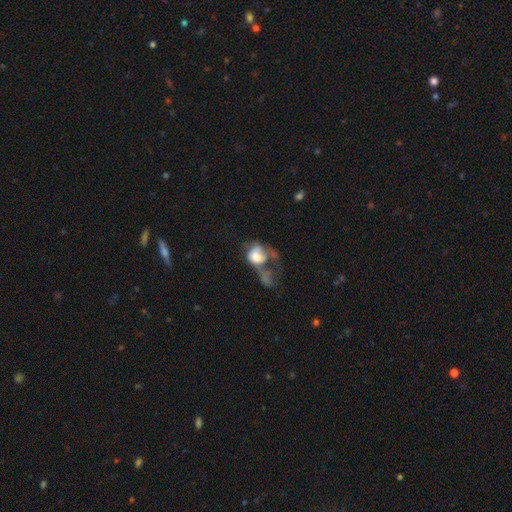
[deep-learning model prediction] A smooth galaxy with no disk features (57%) that is in between round and cigar-shaped (55%). Merging: major disturbance (50%).